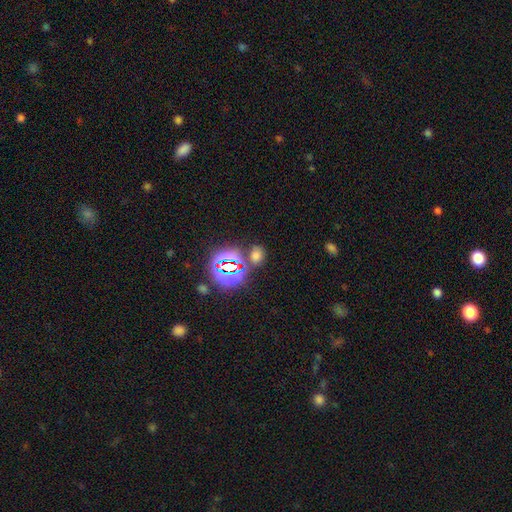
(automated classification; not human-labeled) smooth-or-featured: smooth: 53% | star or artifact: 41% | featured or disk: 6%
  how-rounded: in between: 51% | round: 48% | cigar-shaped: 2%
  merging: none: 73% | merger: 12% | minor disturbance: 11% | major disturbance: 5%